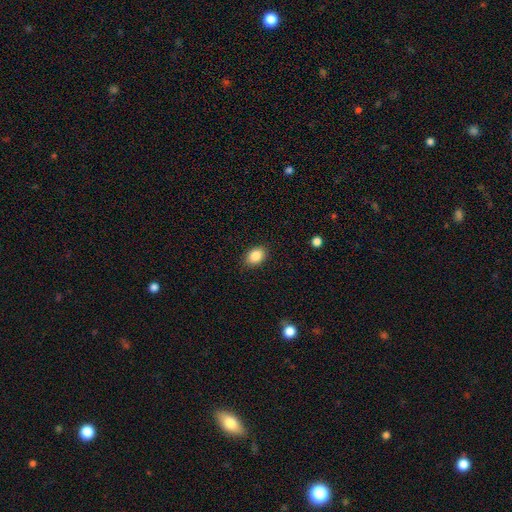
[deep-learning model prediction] smooth_or_featured: smooth (p=0.87) [alt: star or artifact p=0.09]
how_rounded: in between (p=0.72) [alt: round p=0.27]
merging: none (p=0.88) [alt: minor disturbance p=0.09]